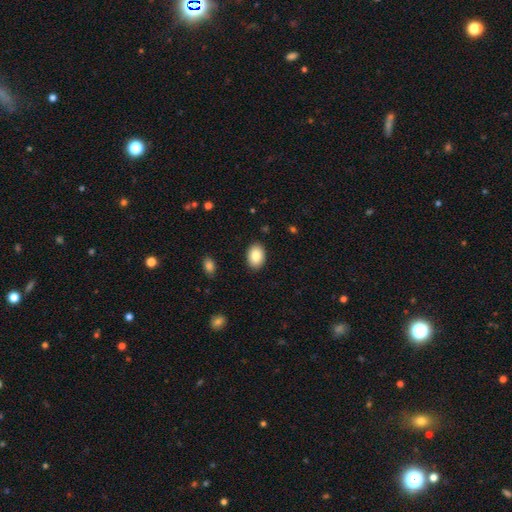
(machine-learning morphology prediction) A smooth galaxy with no disk features (86%) that is in between round and cigar-shaped (84%).

Vote fractions:
- Smooth or featured? smooth: 86% / featured or disk: 7% / star or artifact: 7%
- How rounded? in between: 84% / round: 15% / cigar-shaped: 1%
- Merging? none: 89% / minor disturbance: 8% / major disturbance: 2% / merger: 1%